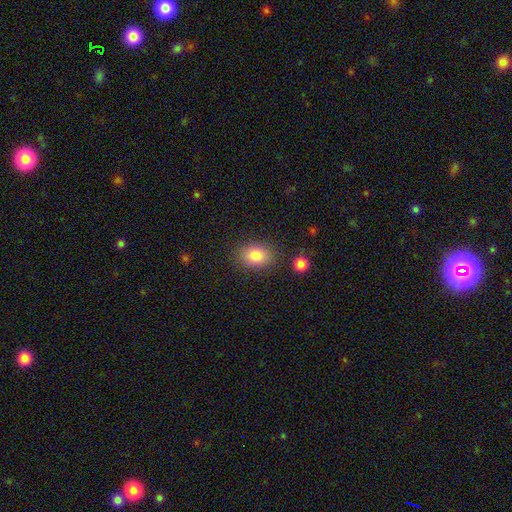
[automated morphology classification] A smooth galaxy with no disk features (83%) that is in between round and cigar-shaped (61%). Merging: none (82%).